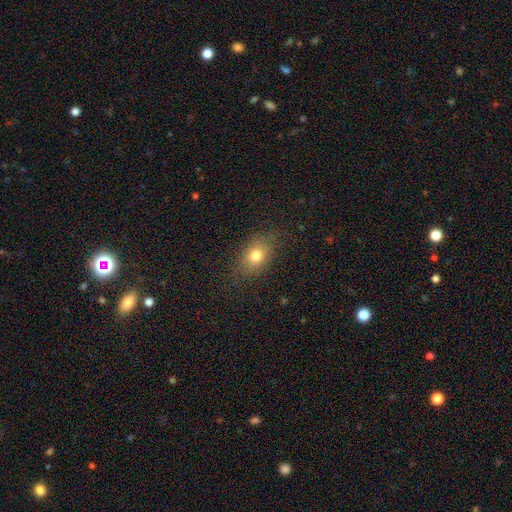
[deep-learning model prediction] The model was most divided on "how rounded": in between: 74%, round: 24%, cigar-shaped: 2%. More confident: merging — none (81%); smooth or featured — smooth (77%).